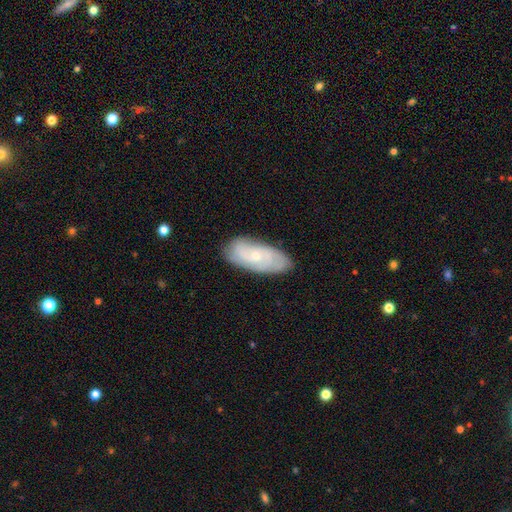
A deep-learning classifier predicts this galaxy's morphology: Smooth or featured? Predicted: featured or disk (p=0.63). Edge-on disk? Predicted: no (p=0.91). Bar? Predicted: no (p=0.74). Spiral arms? Predicted: yes (p=0.86). Bulge size? Predicted: small (p=0.69). Merging? Predicted: none (p=0.80).